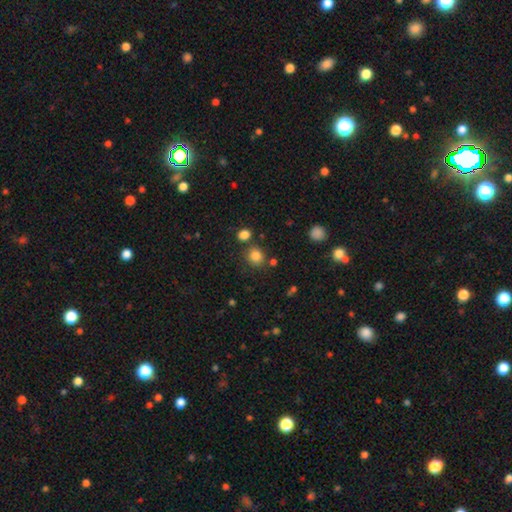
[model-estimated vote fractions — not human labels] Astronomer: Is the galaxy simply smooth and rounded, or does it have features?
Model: smooth — 82%.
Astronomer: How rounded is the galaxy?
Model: round — 79%.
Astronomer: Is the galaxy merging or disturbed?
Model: none — 76%.